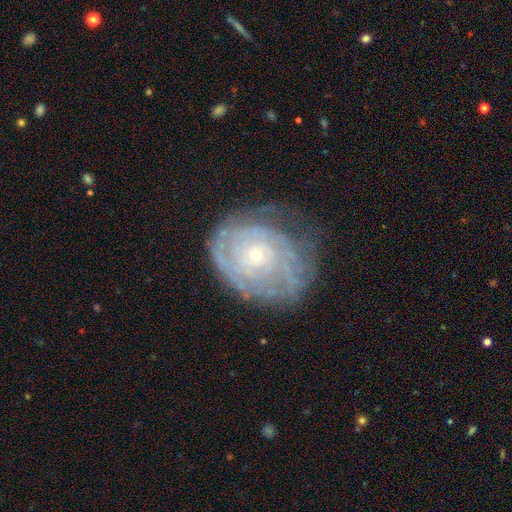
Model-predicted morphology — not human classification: A featured or disk galaxy (80%) with no bar (81%), tight (78%) spiral arms (89%) and a small central bulge (79%).

Vote fractions:
- Smooth or featured? featured or disk: 80% / smooth: 13% / star or artifact: 7%
- Edge-on disk? no: 96% / yes: 4%
- Bar? no: 81% / weak: 15% / strong: 3%
- Spiral arms? yes: 89% / no: 11%
- Spiral winding? tight: 78% / medium: 17% / loose: 5%
- Spiral arm count? can't tell: 49% / 2: 14% / 3: 12% / 4: 11% / more than 4: 7% / 1: 6%
- Bulge size? small: 79% / moderate: 17% / large: 1% / none: 1% / dominant: 1%
- Merging? none: 63% / minor disturbance: 23% / major disturbance: 12% / merger: 2%